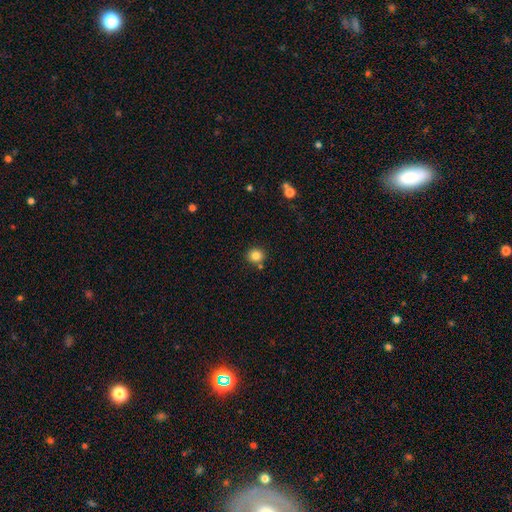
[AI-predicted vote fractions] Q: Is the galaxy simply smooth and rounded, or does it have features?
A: smooth — 83%.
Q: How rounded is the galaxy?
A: round — 89%.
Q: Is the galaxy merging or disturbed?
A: none — 80%.